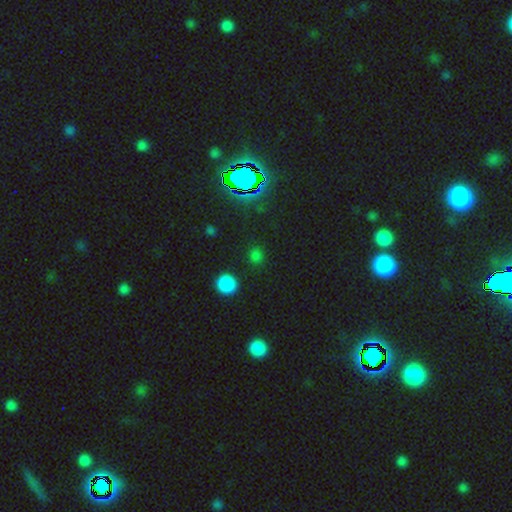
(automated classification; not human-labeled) Smooth or featured: smooth — 55% (star or artifact — 39%)
How rounded: round — 88% (in between — 11%)
Merging: none — 87% (minor disturbance — 7%)